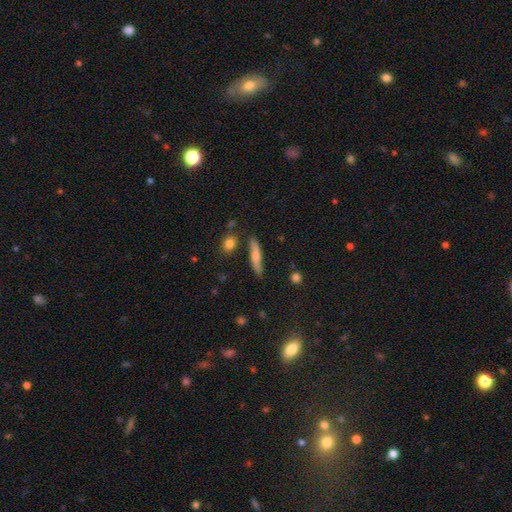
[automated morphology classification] Smooth or featured: smooth — 59% (featured or disk — 34%)
How rounded: cigar-shaped — 82% (in between — 15%)
Merging: none — 80% (minor disturbance — 14%)